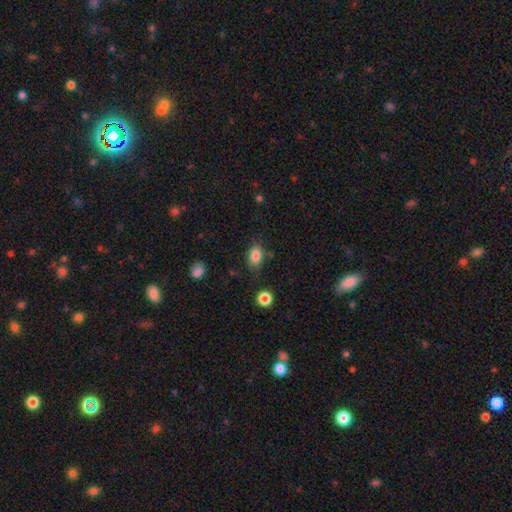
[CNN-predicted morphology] This is clearly a smooth galaxy (84%). How rounded: clearly in between (84%). Merging: likely none (73%).